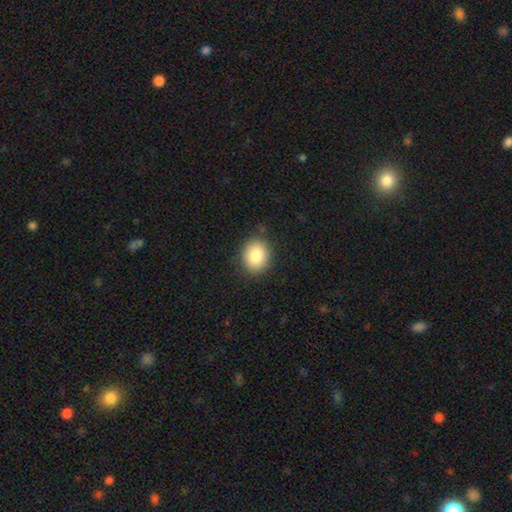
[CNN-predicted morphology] smooth_or_featured: smooth (p=0.85) [alt: star or artifact p=0.08]
how_rounded: round (p=0.55) [alt: in between p=0.44]
merging: none (p=0.85) [alt: minor disturbance p=0.11]